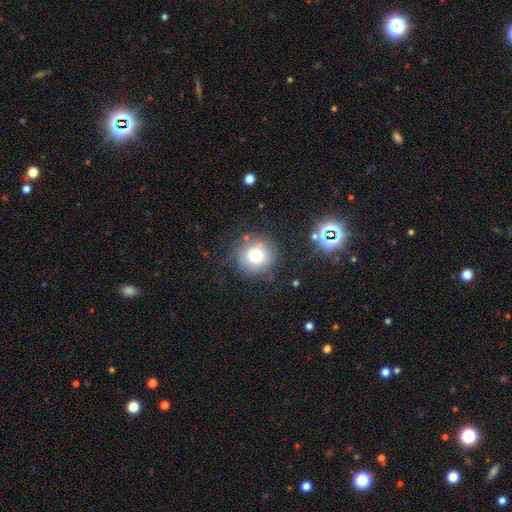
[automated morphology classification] A smooth galaxy with no disk features (64%) that is round (91%). Merging: none (72%).